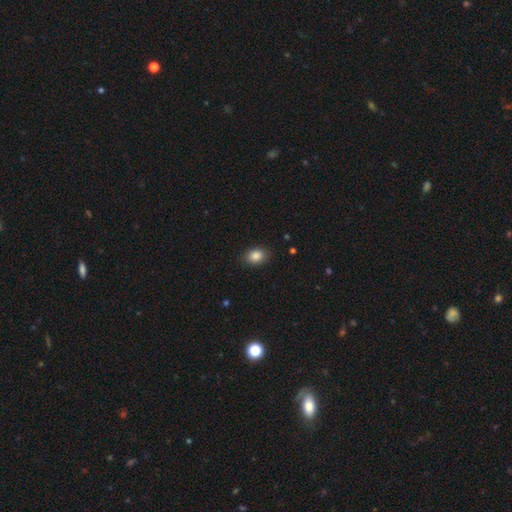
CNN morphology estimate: smooth-or-featured: smooth: 86% | star or artifact: 9% | featured or disk: 5%
  how-rounded: in between: 68% | round: 31% | cigar-shaped: 1%
  merging: none: 86% | minor disturbance: 11% | major disturbance: 3% | merger: 1%